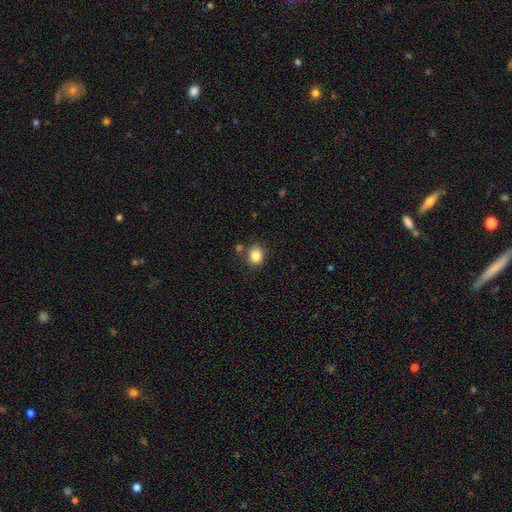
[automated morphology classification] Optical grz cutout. It shows a smooth galaxy with no disk features (85%) that is round (60%). Merging: none (78%).